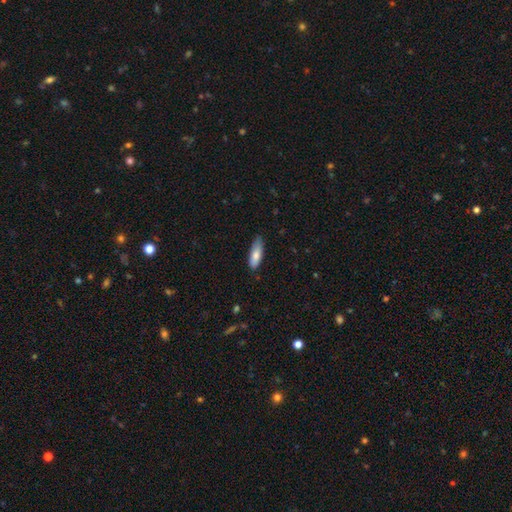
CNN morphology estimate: Smooth or featured?
  - smooth: 79% *
  - featured or disk: 15%
  - star or artifact: 6%
How rounded?
  - in between: 56% *
  - cigar-shaped: 42%
  - round: 2%
Merging?
  - none: 74% *
  - minor disturbance: 22%
  - major disturbance: 3%
  - merger: 1%